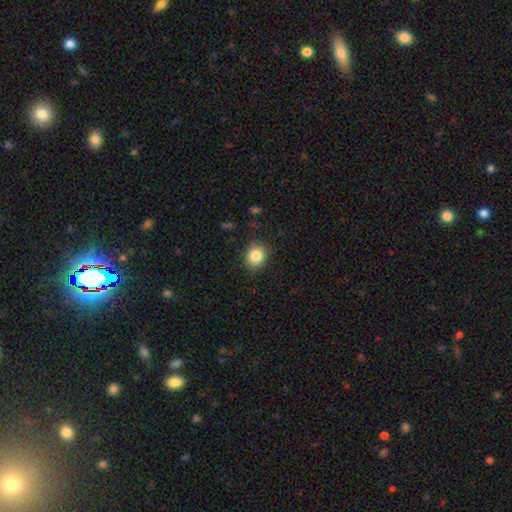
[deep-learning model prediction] smooth-or-featured: smooth: 84% | star or artifact: 10% | featured or disk: 6%
  how-rounded: round: 67% | in between: 32% | cigar-shaped: 1%
  merging: none: 87% | minor disturbance: 9% | major disturbance: 3% | merger: 1%